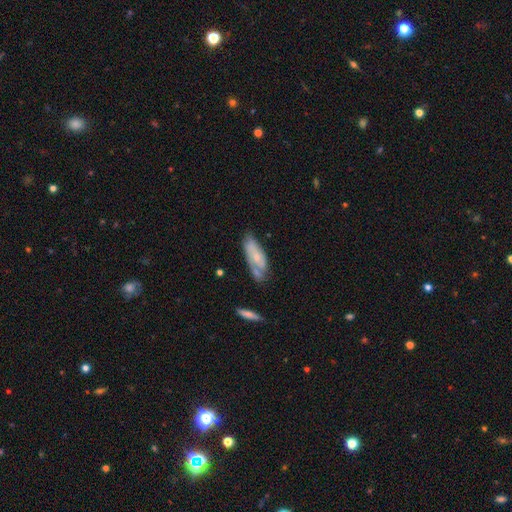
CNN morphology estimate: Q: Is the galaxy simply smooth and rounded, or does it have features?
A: smooth — 48%.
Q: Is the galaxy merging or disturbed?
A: none — 49%.